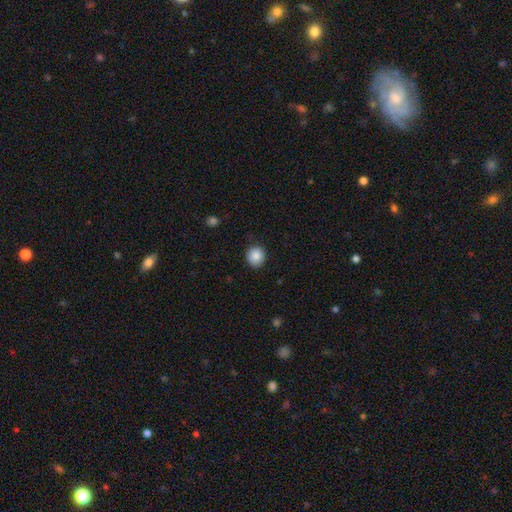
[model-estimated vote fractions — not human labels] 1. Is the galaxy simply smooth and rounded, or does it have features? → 87% smooth, 9% star or artifact, 4% featured or disk.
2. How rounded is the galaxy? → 87% round, 13% in between, 1% cigar-shaped.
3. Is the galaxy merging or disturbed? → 86% none, 11% minor disturbance, 2% major disturbance, 1% merger.